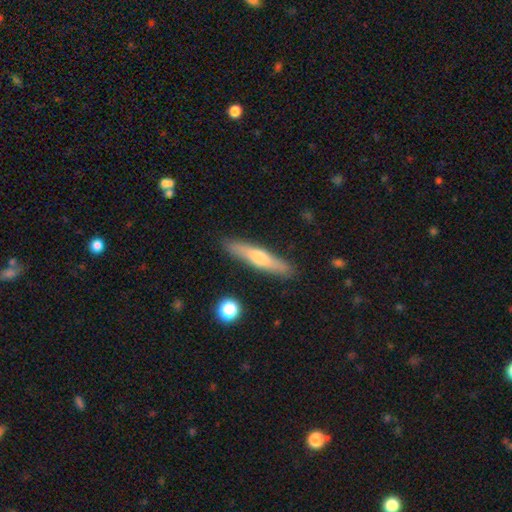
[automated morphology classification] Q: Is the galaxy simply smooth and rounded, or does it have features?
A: smooth — 50%.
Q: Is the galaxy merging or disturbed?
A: none — 88%.